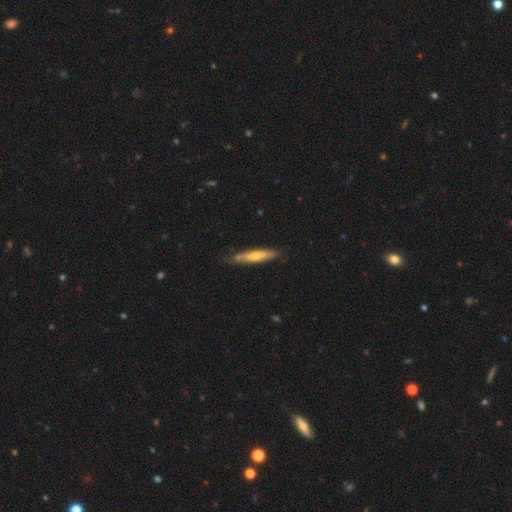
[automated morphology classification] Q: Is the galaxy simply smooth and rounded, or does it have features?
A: smooth — 56%.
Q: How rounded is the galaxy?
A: cigar-shaped — 85%.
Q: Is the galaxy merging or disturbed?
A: none — 70%.